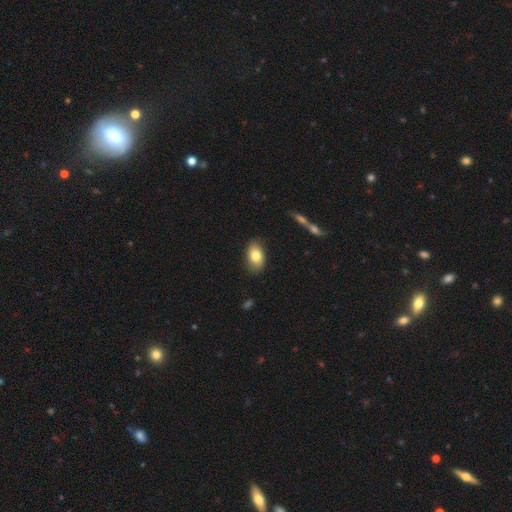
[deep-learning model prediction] A smooth galaxy with no disk features (81%) that is in between round and cigar-shaped (91%).

Vote fractions:
- Smooth or featured? smooth: 81% / featured or disk: 12% / star or artifact: 7%
- How rounded? in between: 91% / round: 8% / cigar-shaped: 2%
- Merging? none: 83% / minor disturbance: 13% / major disturbance: 3% / merger: 1%